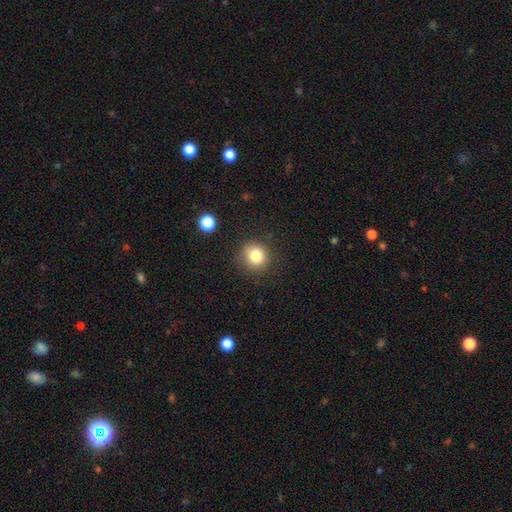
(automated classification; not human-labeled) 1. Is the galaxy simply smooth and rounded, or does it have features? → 81% smooth, 12% star or artifact, 7% featured or disk.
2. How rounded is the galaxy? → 88% round, 11% in between, 1% cigar-shaped.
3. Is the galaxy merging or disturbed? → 84% none, 10% minor disturbance, 3% major disturbance, 2% merger.